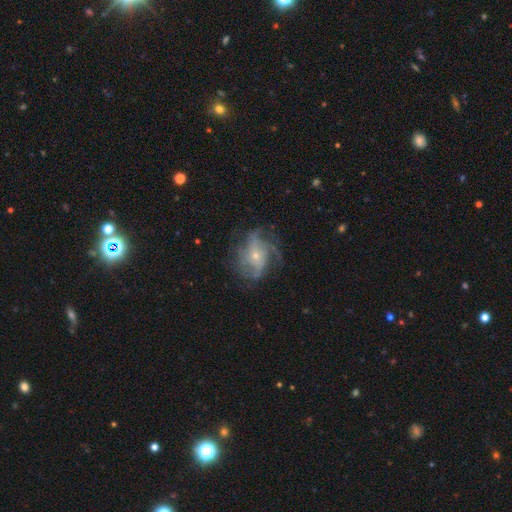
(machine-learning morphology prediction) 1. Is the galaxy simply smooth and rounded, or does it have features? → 79% featured or disk, 12% smooth, 9% star or artifact.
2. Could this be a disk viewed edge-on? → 97% no, 3% yes.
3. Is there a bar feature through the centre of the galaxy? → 72% no, 23% weak, 5% strong.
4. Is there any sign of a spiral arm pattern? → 91% yes, 9% no.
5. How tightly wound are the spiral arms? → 43% medium, 33% tight, 24% loose.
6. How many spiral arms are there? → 27% can't tell, 24% 4, 23% 3, 12% 2, 7% more than 4, 6% 1.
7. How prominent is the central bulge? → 68% small, 27% moderate, 2% none, 2% large, 1% dominant.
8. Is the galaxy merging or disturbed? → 62% none, 20% minor disturbance, 17% major disturbance, 1% merger.